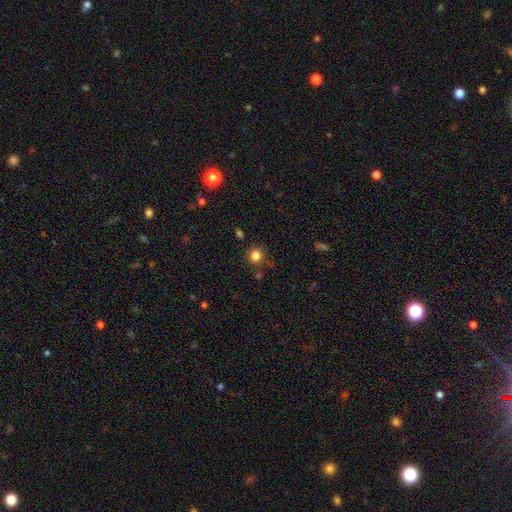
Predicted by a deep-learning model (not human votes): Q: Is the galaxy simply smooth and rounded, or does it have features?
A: smooth — 82%.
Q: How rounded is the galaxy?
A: round — 91%.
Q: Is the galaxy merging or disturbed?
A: none — 83%.